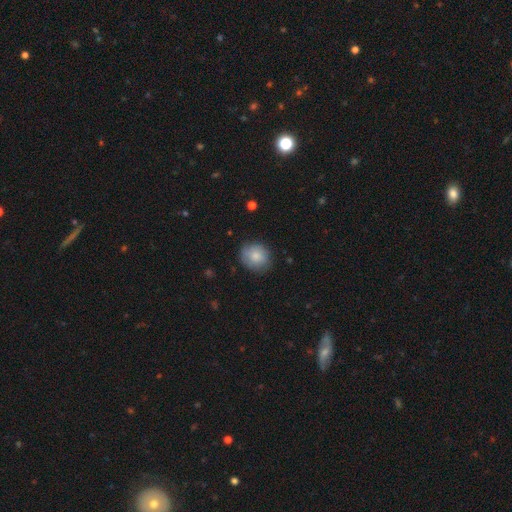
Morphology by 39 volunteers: Smooth or featured: smooth — 77% (featured or disk — 13%)
How rounded: round — 83% (in between — 17%)
Merging: none — 77% (minor disturbance — 11%)